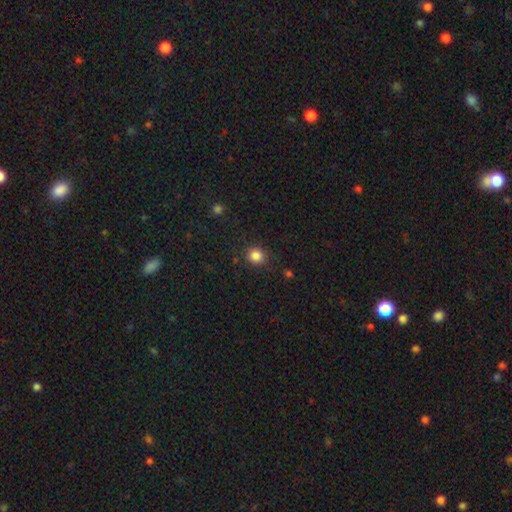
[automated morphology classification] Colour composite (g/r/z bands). It shows a smooth galaxy with no disk features (84%) that is round (84%). Merging: none (86%).